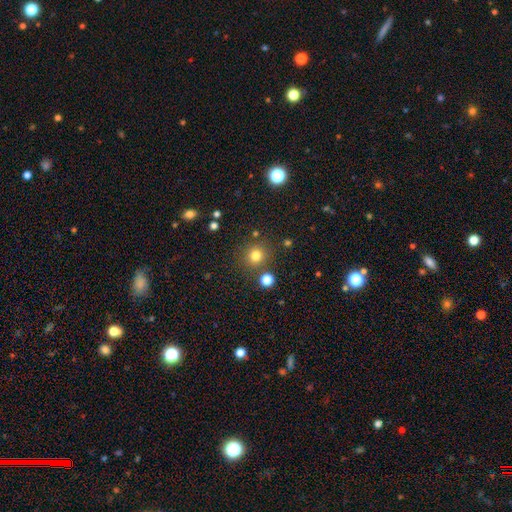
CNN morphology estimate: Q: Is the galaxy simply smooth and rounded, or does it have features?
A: smooth — 78%.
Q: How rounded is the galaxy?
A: round — 92%.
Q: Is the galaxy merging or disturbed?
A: none — 83%.